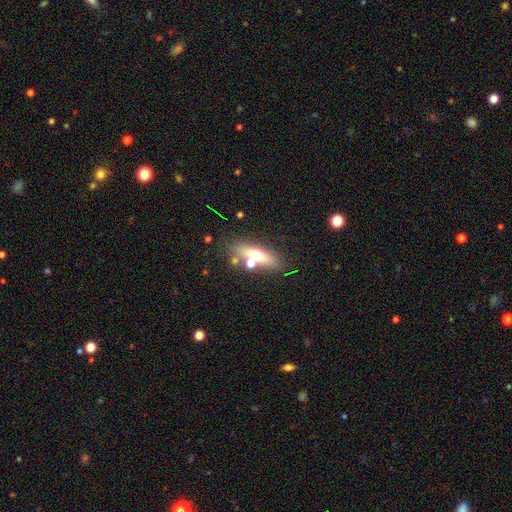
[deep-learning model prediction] Morphology: type=smooth (48%); merging=none (69%).